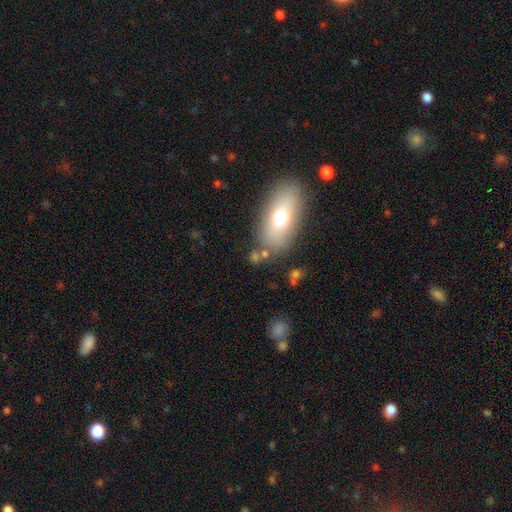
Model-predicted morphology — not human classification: A smooth galaxy with no disk features (63%) that is in between round and cigar-shaped (73%). Merging: none (77%).